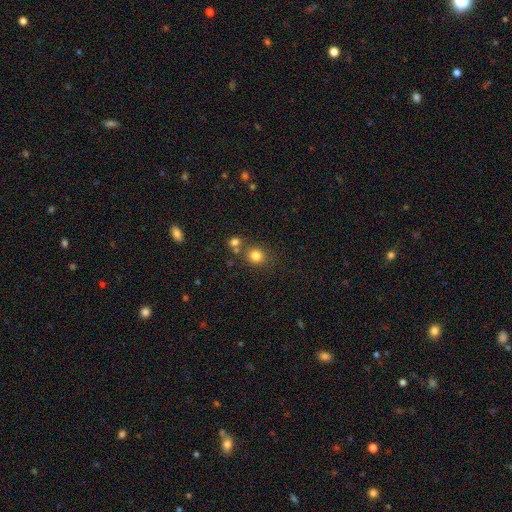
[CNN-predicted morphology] This is clearly a smooth galaxy (80%). How rounded: clearly round (83%). Merging: likely none (70%).